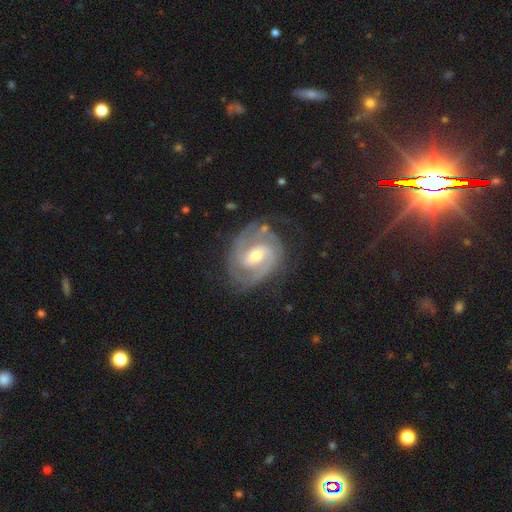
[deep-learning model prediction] Smooth or featured? Predicted: featured or disk (p=0.91). Edge-on disk? Predicted: no (p=0.98). Bar? Predicted: weak (p=0.49). Spiral arms? Predicted: yes (p=0.98). Spiral winding? Predicted: tight (p=0.58). Spiral arm count? Predicted: 2 (p=0.73). Bulge size? Predicted: moderate (p=0.58). Merging? Predicted: none (p=0.73).